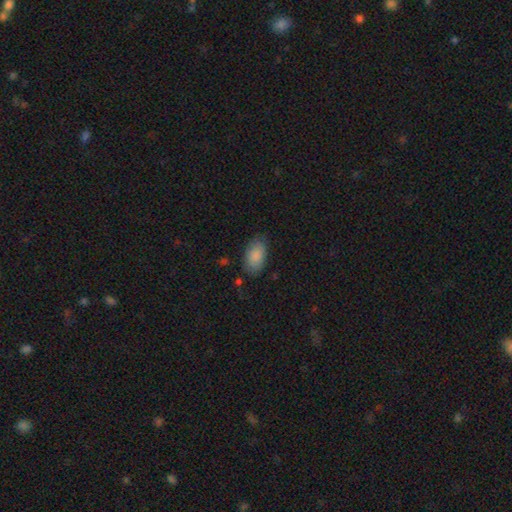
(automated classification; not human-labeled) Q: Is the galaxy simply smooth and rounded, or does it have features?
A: smooth — 87%.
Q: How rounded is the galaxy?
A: in between — 94%.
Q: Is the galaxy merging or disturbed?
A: none — 78%.